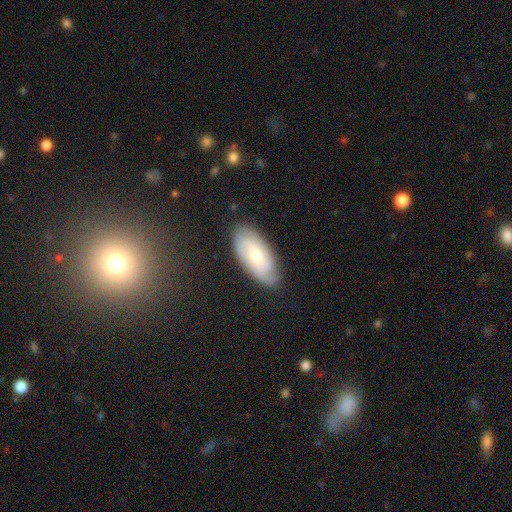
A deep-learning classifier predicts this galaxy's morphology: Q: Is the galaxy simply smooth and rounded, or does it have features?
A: smooth — 49%.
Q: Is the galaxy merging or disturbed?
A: none — 80%.